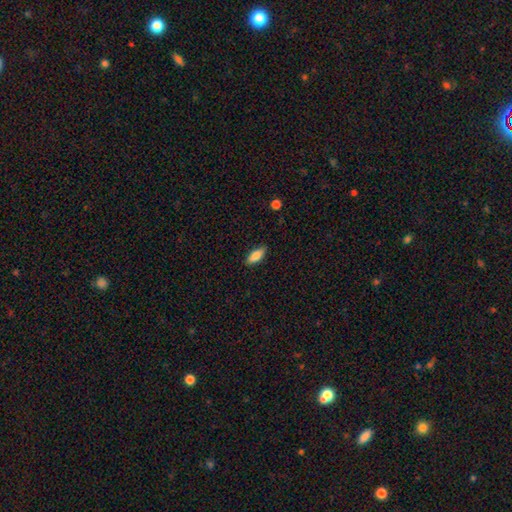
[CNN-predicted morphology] Overall: smooth (83%). How rounded: in between (75%). Merging: none (86%).